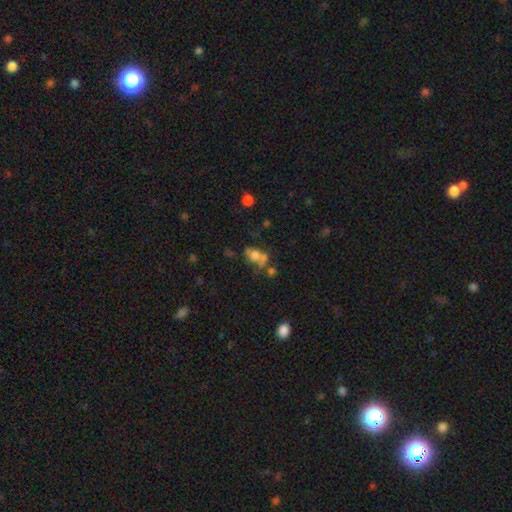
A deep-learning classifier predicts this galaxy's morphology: Overall: smooth (60%; featured or disk 23%). How rounded: in between (62%; round 36%). Merging: merger (38%; none 30%).